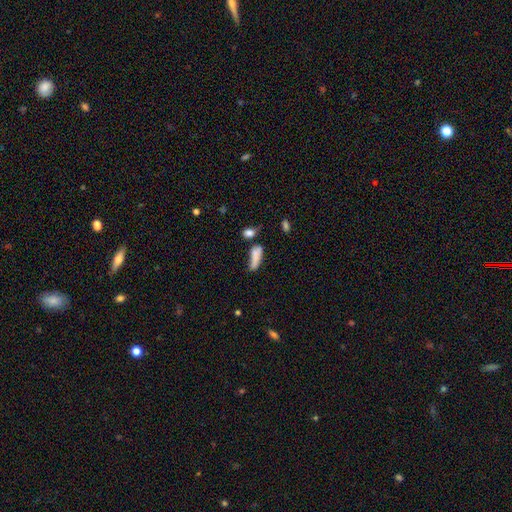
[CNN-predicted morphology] Smooth or featured: smooth — 77% (featured or disk — 14%)
How rounded: in between — 53% (cigar-shaped — 43%)
Merging: none — 35% (minor disturbance — 28%)